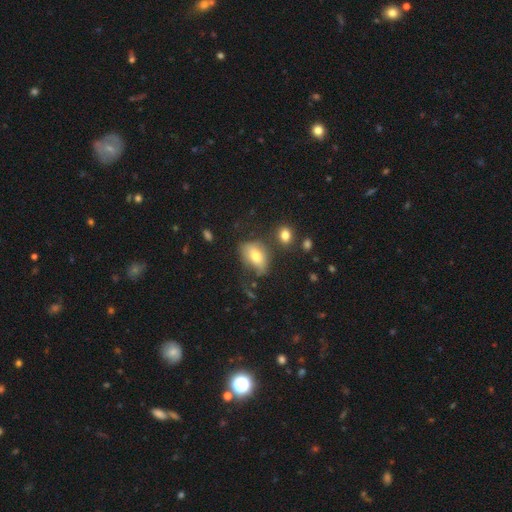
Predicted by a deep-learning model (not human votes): smooth_or_featured: smooth (p=0.68) [alt: featured or disk p=0.23]
how_rounded: in between (p=0.84) [alt: round p=0.13]
merging: none (p=0.49) [alt: minor disturbance p=0.27]